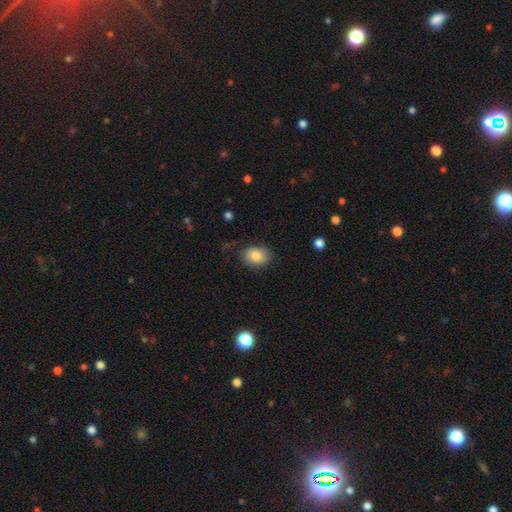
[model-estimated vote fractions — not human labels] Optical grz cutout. It shows a smooth galaxy with no disk features (85%) that is in between round and cigar-shaped (71%). Merging: none (76%).